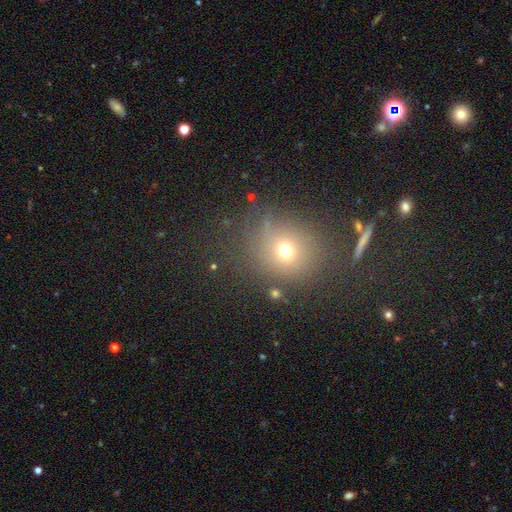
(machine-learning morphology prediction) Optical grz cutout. It shows a smooth galaxy with no disk features (57%) that is round (79%). Merging: none (78%).